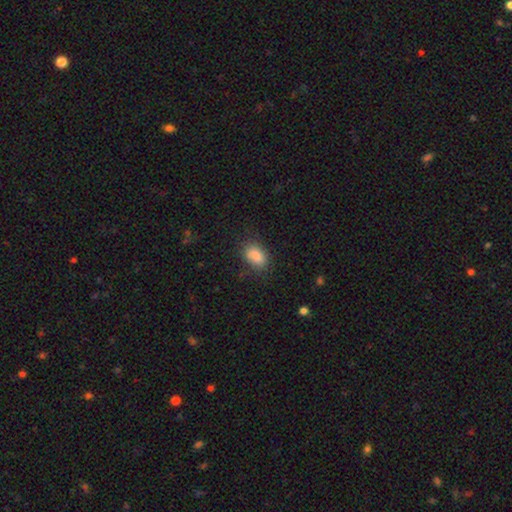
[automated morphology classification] This is clearly a smooth galaxy (87%). How rounded: clearly in between (89%). Merging: likely none (76%).